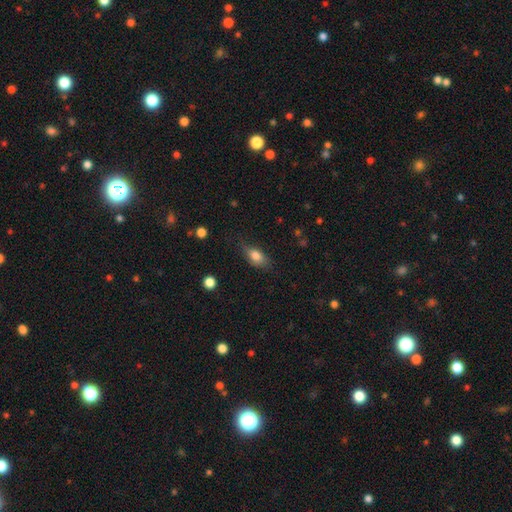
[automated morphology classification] Smooth or featured?
  - smooth: 78% *
  - featured or disk: 14%
  - star or artifact: 8%
How rounded?
  - in between: 85% *
  - cigar-shaped: 8%
  - round: 7%
Merging?
  - none: 66% *
  - minor disturbance: 26%
  - major disturbance: 7%
  - merger: 2%